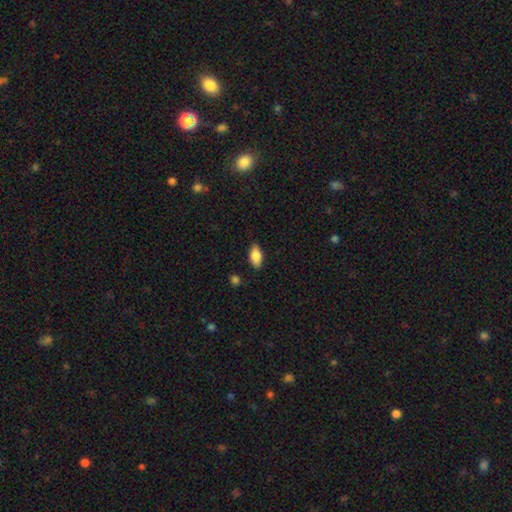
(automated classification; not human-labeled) A smooth galaxy with no disk features (84%) that is in between round and cigar-shaped (90%).

Vote fractions:
- Smooth or featured? smooth: 84% / featured or disk: 9% / star or artifact: 7%
- How rounded? in between: 90% / cigar-shaped: 7% / round: 3%
- Merging? none: 86% / minor disturbance: 10% / major disturbance: 2% / merger: 1%